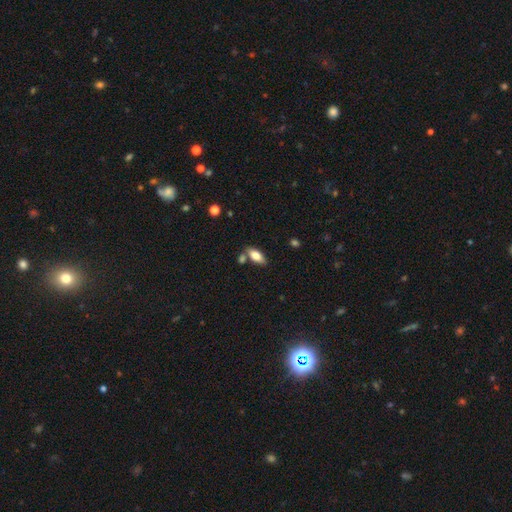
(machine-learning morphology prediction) The model was most divided on "smooth or featured": smooth: 76%, featured or disk: 17%, star or artifact: 7%. More confident: how rounded — in between (84%); merging — none (72%).